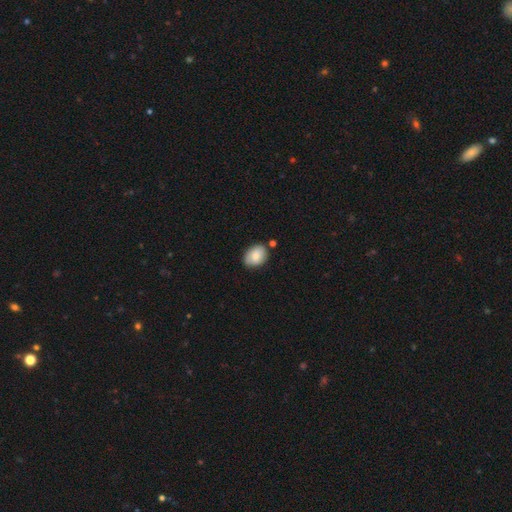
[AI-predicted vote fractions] A smooth galaxy with no disk features (85%) that is in between round and cigar-shaped (74%). Merging: none (75%).